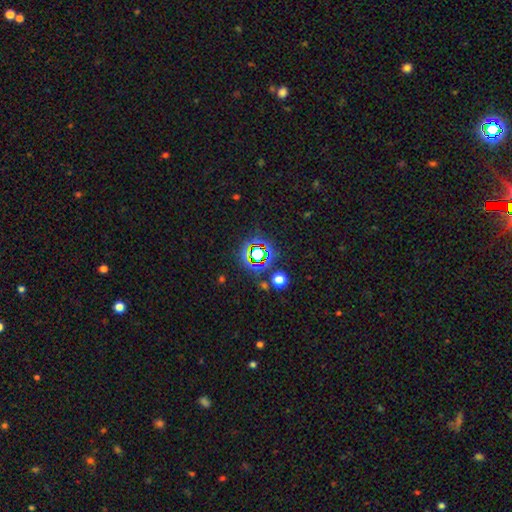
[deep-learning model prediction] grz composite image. It shows a star or artifact, not a galaxy (68%).